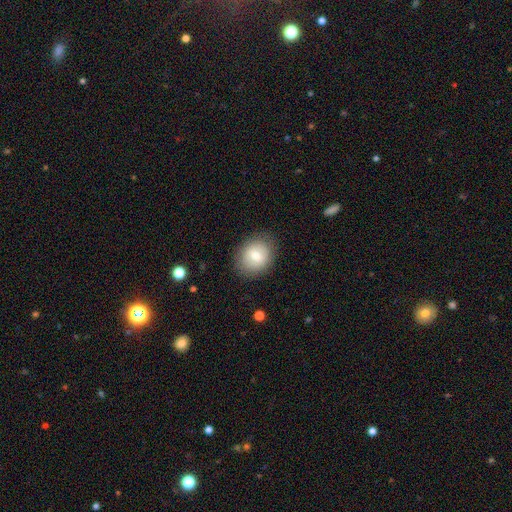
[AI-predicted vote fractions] Smooth or featured? Predicted: smooth (p=0.77). How rounded? Predicted: round (p=0.58). Merging? Predicted: none (p=0.84).